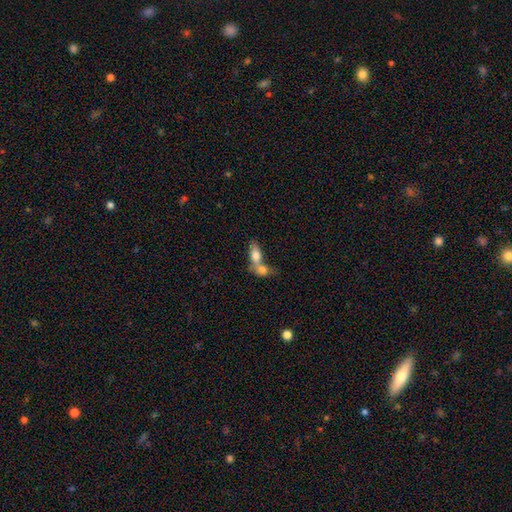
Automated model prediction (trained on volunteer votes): Overall: smooth (73%). How rounded: in between (79%). Merging: merger (72%).